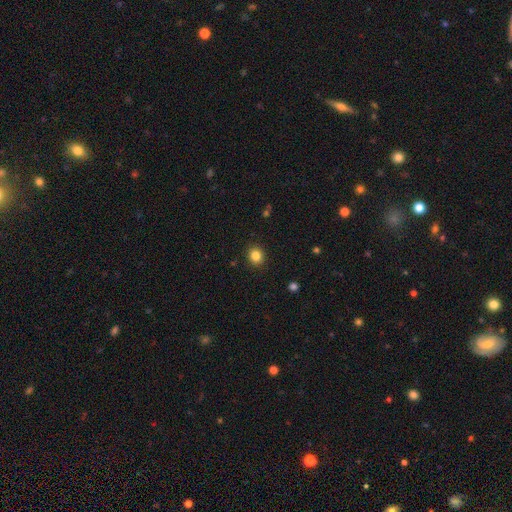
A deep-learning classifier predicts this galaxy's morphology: A smooth galaxy with no disk features (84%) that is round (79%). Merging: none (91%).